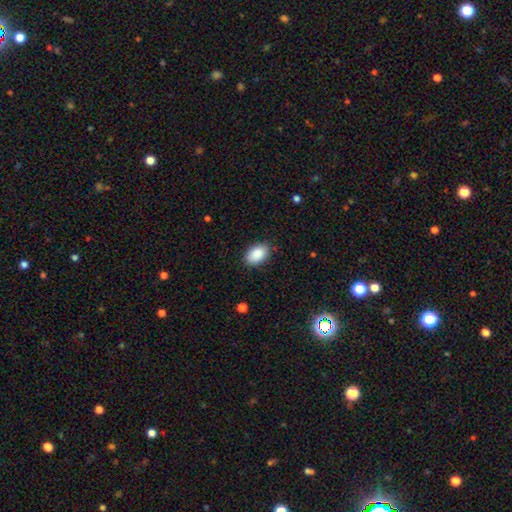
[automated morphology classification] A smooth galaxy with no disk features (88%) that is in between round and cigar-shaped (90%).

Vote fractions:
- Smooth or featured? smooth: 88% / star or artifact: 7% / featured or disk: 5%
- How rounded? in between: 90% / round: 9% / cigar-shaped: 1%
- Merging? none: 86% / minor disturbance: 10% / major disturbance: 2% / merger: 1%